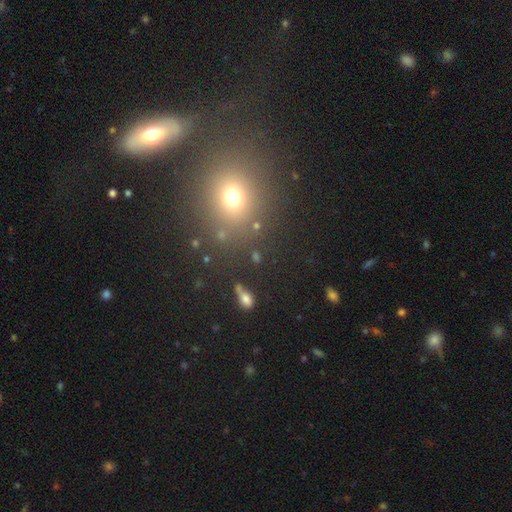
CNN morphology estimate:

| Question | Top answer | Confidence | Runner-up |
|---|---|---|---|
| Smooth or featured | smooth | 57% | star or artifact (32%) |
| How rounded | round | 60% | in between (34%) |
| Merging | none | 81% | minor disturbance (8%) |